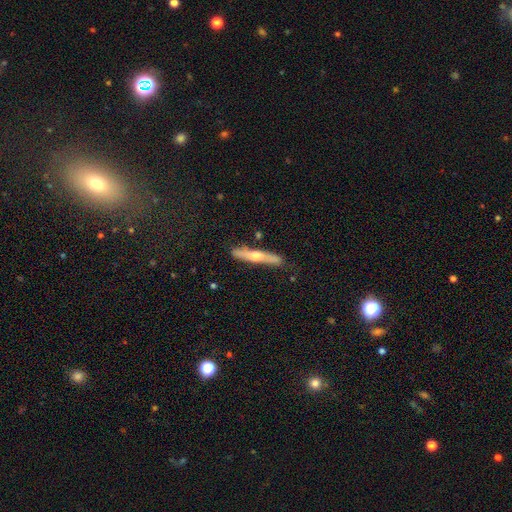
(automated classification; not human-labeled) smooth-or-featured: featured or disk: 54% | smooth: 40% | star or artifact: 6%
  disk-edge-on: yes: 92% | no: 8%
  merging: none: 83% | minor disturbance: 12% | major disturbance: 2% | merger: 2%